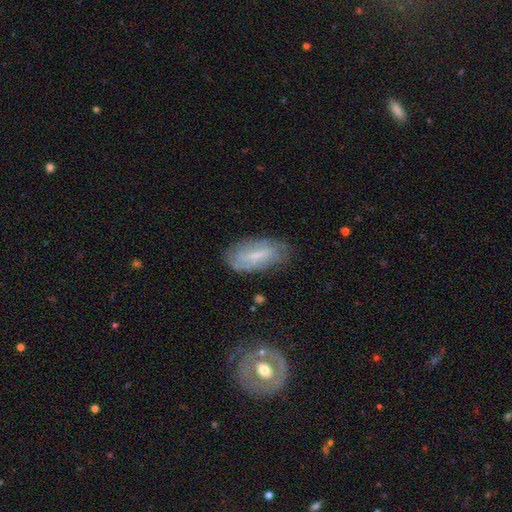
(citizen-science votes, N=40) smooth-or-featured: featured or disk: 55% | smooth: 40% | star or artifact: 5%
  disk-edge-on: no: 64% | yes: 36%
    bar: no: 57% | weak: 29% | strong: 14%
    has-spiral-arms: no: 71% | yes: 29%
    bulge-size: none: 50% | small: 29% | moderate: 21% | dominant: 0% | large: 0%
  merging: none: 79% | minor disturbance: 11% | major disturbance: 8% | merger: 3%